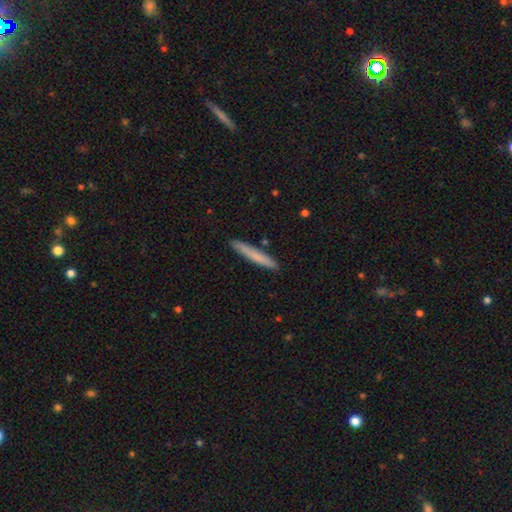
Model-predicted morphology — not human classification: Overall: smooth (72%). How rounded: cigar-shaped (97%). Merging: none (90%).